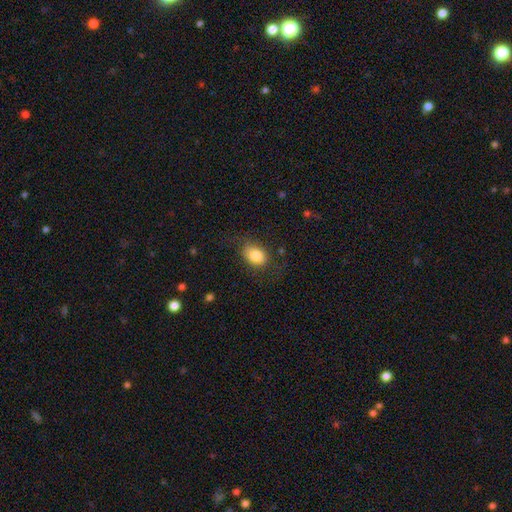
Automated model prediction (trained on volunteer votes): Smooth or featured: smooth — 83% (featured or disk — 9%)
How rounded: in between — 76% (round — 22%)
Merging: none — 71% (minor disturbance — 19%)